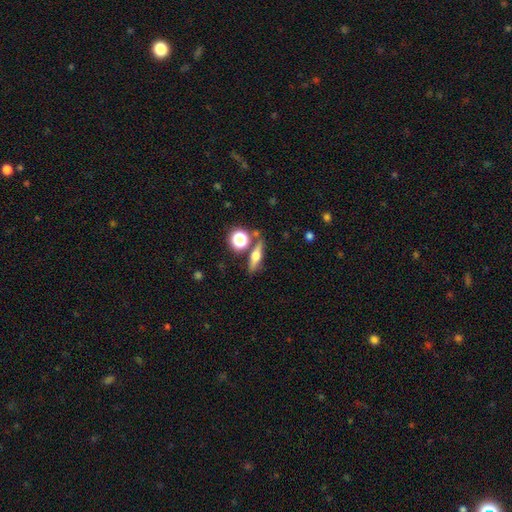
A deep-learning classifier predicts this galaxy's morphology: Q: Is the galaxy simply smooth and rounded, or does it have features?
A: featured or disk — 47%.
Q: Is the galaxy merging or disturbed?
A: none — 76%.